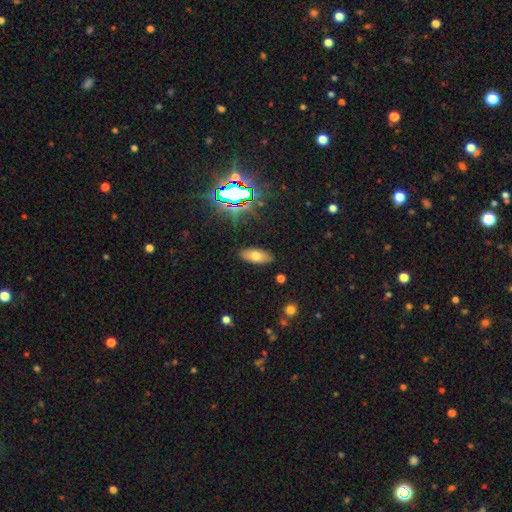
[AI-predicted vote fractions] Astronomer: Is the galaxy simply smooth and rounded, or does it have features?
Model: smooth — 65%.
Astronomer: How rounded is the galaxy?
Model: in between — 85%.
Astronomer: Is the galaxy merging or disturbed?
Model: none — 87%.